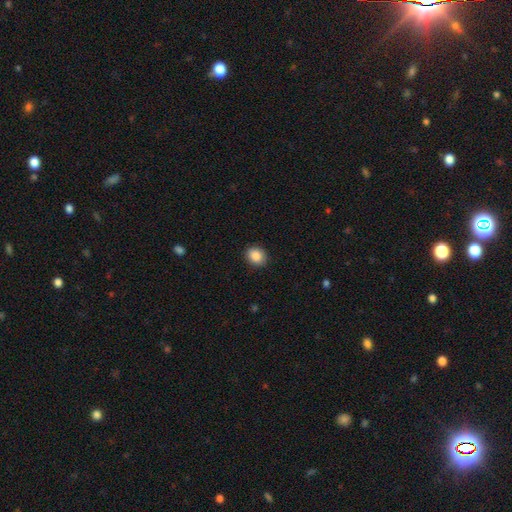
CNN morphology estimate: smooth_or_featured: smooth (p=0.87) [alt: star or artifact p=0.08]
how_rounded: round (p=0.59) [alt: in between p=0.40]
merging: none (p=0.89) [alt: minor disturbance p=0.08]